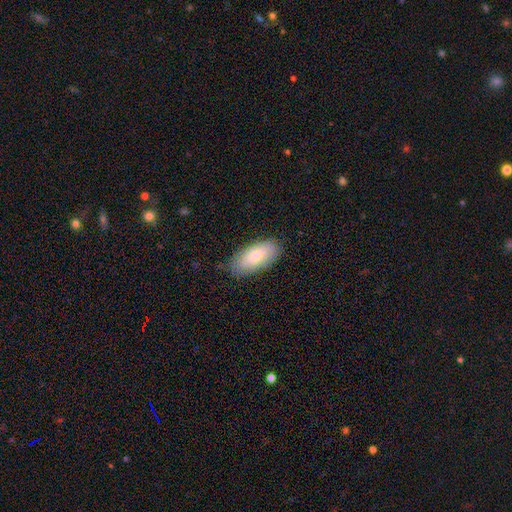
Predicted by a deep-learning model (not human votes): Morphology: type=smooth (74%); roundness=in between (90%); merging=none (80%).